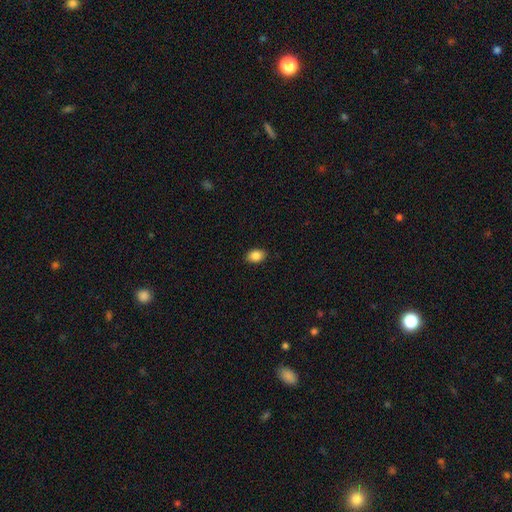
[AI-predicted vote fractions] A smooth galaxy with no disk features (87%) that is in between round and cigar-shaped (78%).

Vote fractions:
- Smooth or featured? smooth: 87% / star or artifact: 8% / featured or disk: 5%
- How rounded? in between: 78% / round: 21% / cigar-shaped: 1%
- Merging? none: 88% / minor disturbance: 9% / major disturbance: 2% / merger: 1%